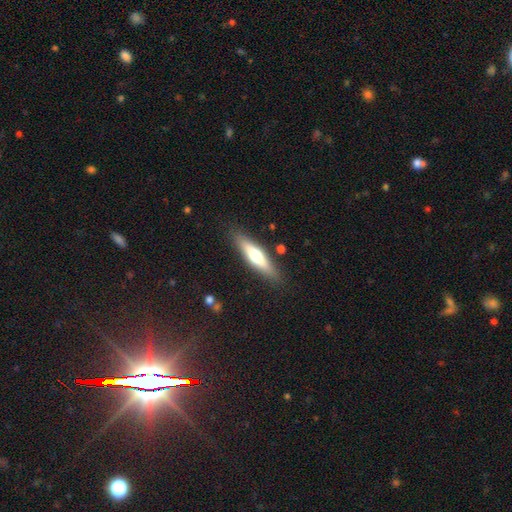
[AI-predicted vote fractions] Smooth or featured: smooth — 49% (featured or disk — 45%)
Merging: none — 86% (minor disturbance — 9%)